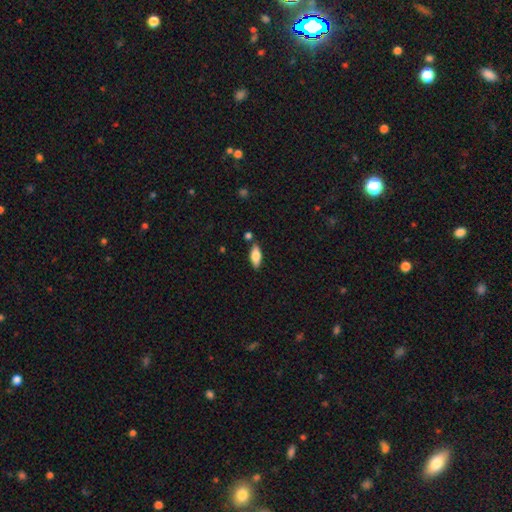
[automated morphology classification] type=smooth (77%); roundness=in between (79%); merging=none (78%).